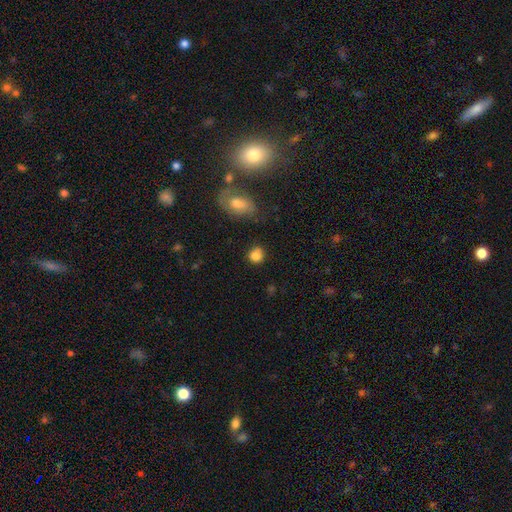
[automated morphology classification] smooth_or_featured: smooth (p=0.82) [alt: star or artifact p=0.11]
how_rounded: round (p=0.81) [alt: in between p=0.18]
merging: none (p=0.71) [alt: minor disturbance p=0.17]